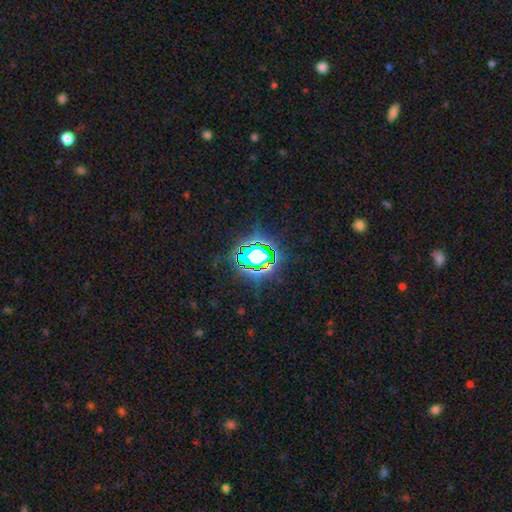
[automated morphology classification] Smooth or featured? Predicted: star or artifact (p=0.77).